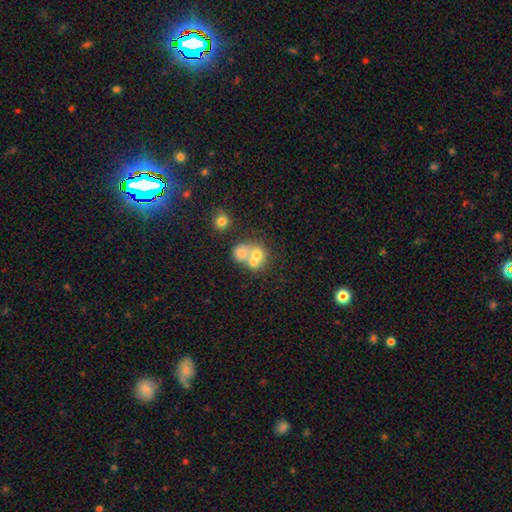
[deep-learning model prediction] Smooth or featured? smooth (61%)
How rounded? round (72%)
Merging? merger (64%)